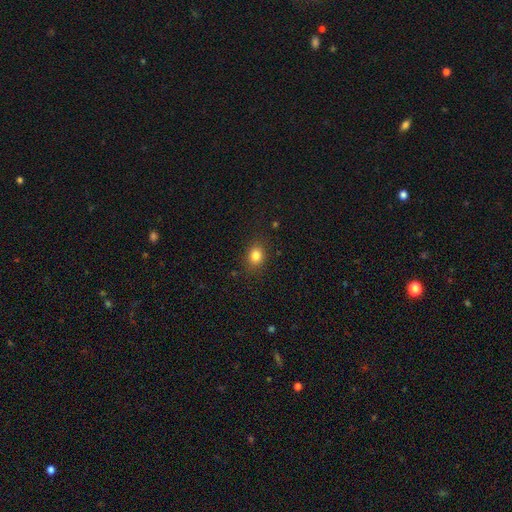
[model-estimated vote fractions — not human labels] Q: Smooth or featured?
A: smooth (82%); runner-up: star or artifact (12%)
Q: How rounded?
A: round (54%); runner-up: in between (45%)
Q: Merging?
A: none (86%); runner-up: minor disturbance (10%)